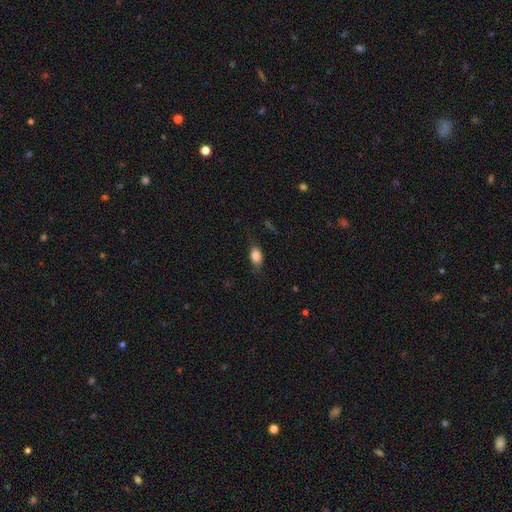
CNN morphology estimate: A smooth galaxy with no disk features (82%) that is in between round and cigar-shaped (83%). Merging: none (73%).